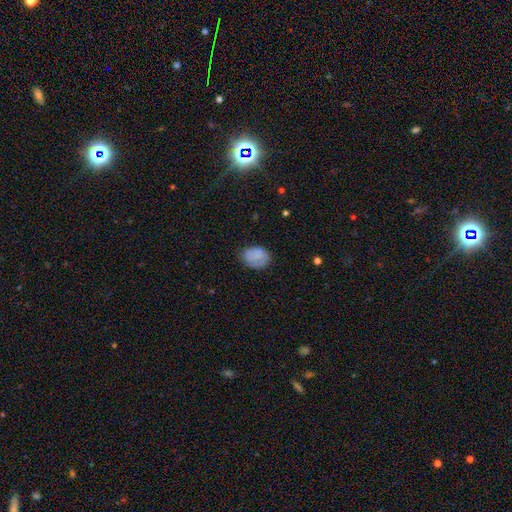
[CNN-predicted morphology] smooth-or-featured: smooth: 78% | featured or disk: 13% | star or artifact: 9%
  how-rounded: in between: 72% | round: 27% | cigar-shaped: 1%
  merging: none: 67% | minor disturbance: 23% | major disturbance: 8% | merger: 2%